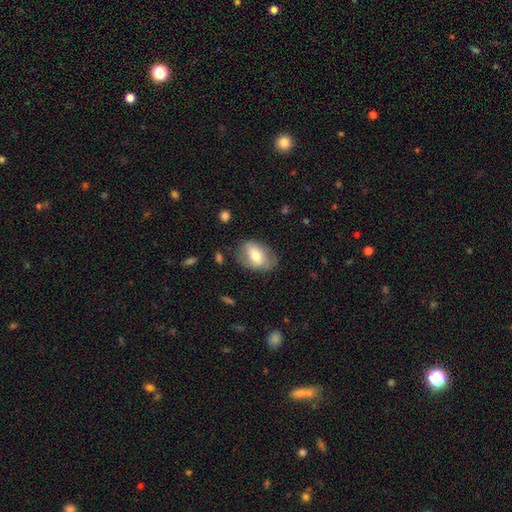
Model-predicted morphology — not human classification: smooth 58%, featured or disk 35%, star or artifact 7%. Down the decision tree: how rounded — in between (80%); merging — none (66%).